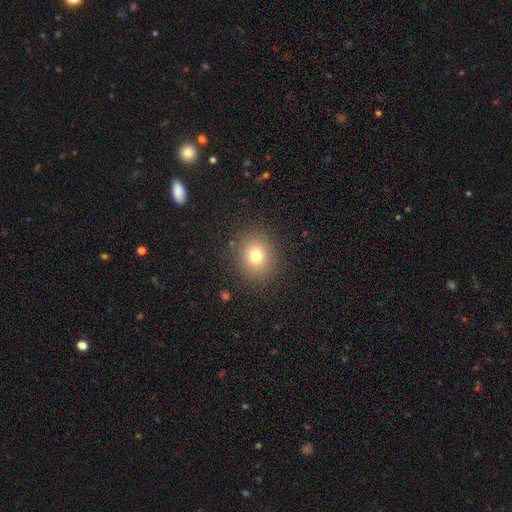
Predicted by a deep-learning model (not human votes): Smooth or featured? smooth (76%)
How rounded? round (79%)
Merging? none (87%)